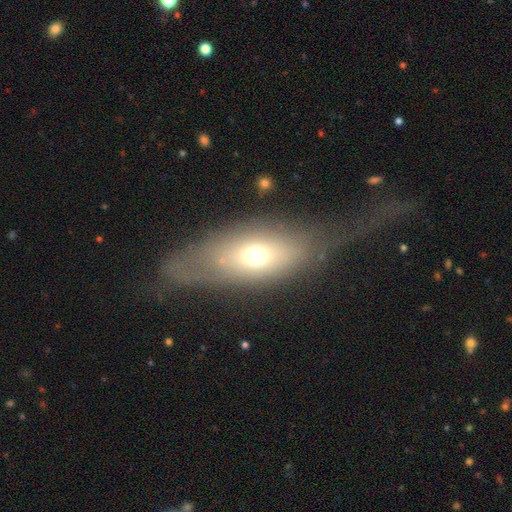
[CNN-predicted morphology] Smooth or featured? smooth (53%)
How rounded? in between (70%)
Merging? none (48%)